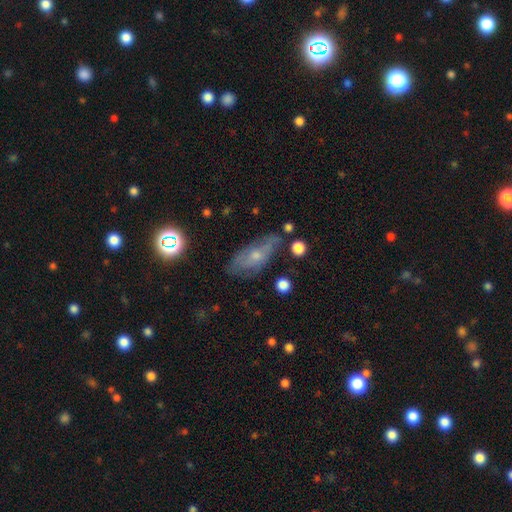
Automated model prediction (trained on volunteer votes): Smooth or featured? Predicted: smooth (p=0.44, tied with featured or disk). Merging? Predicted: none (p=0.54).